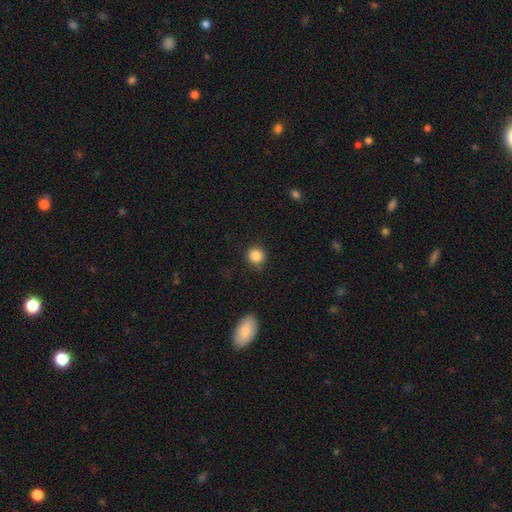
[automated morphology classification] A smooth galaxy with no disk features (86%) that is round (92%).

Vote fractions:
- Smooth or featured? smooth: 86% / star or artifact: 10% / featured or disk: 4%
- How rounded? round: 92% / in between: 7% / cigar-shaped: 1%
- Merging? none: 84% / minor disturbance: 11% / major disturbance: 3% / merger: 2%